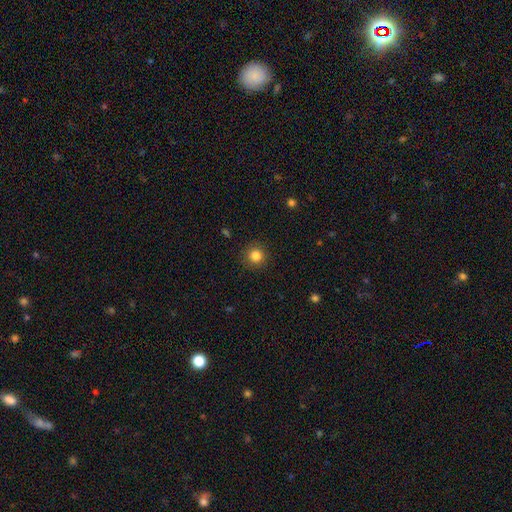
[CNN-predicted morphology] smooth 84%, star or artifact 11%, featured or disk 5%. Down the decision tree: how rounded — round (94%); merging — none (90%).